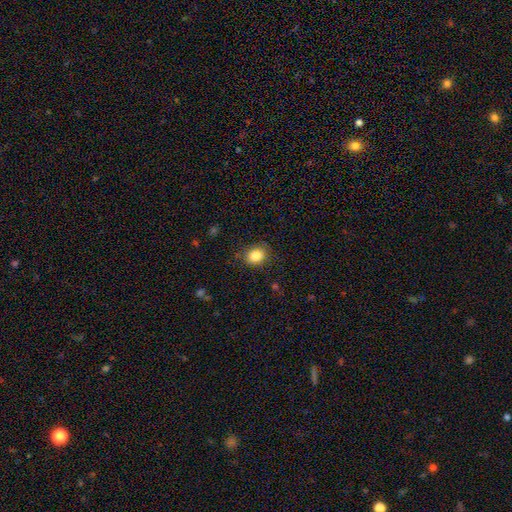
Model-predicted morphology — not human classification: Q: Smooth or featured?
A: smooth (85%); runner-up: star or artifact (10%)
Q: How rounded?
A: round (63%); runner-up: in between (36%)
Q: Merging?
A: none (83%); runner-up: minor disturbance (12%)